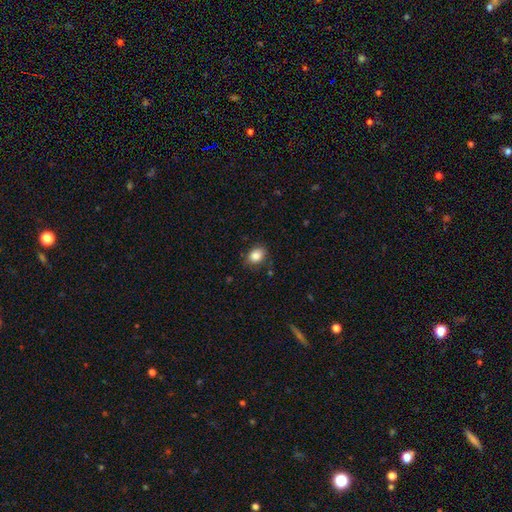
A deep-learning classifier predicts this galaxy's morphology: Smooth or featured? smooth (85%)
How rounded? in between (64%)
Merging? none (81%)